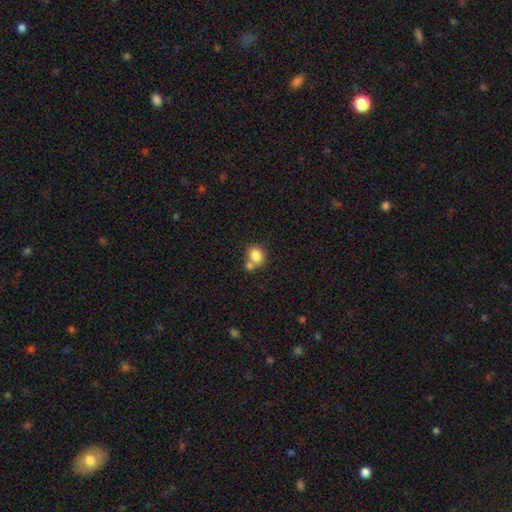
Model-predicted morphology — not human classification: Smooth or featured?
  - smooth: 83% *
  - star or artifact: 9%
  - featured or disk: 8%
How rounded?
  - round: 68% *
  - in between: 31%
  - cigar-shaped: 1%
Merging?
  - none: 48% *
  - merger: 38%
  - minor disturbance: 10%
  - major disturbance: 4%